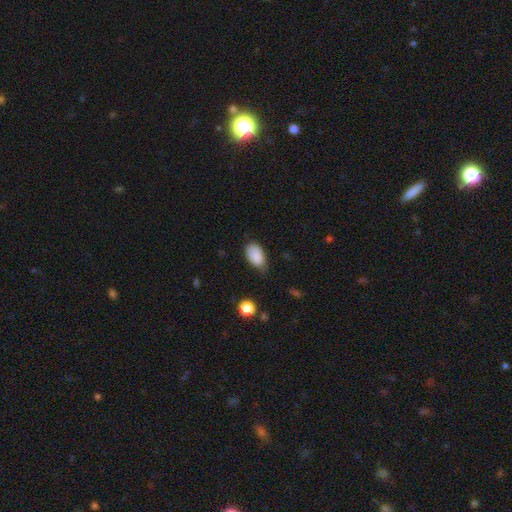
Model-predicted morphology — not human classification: smooth-or-featured: smooth: 88% | star or artifact: 8% | featured or disk: 4%
  how-rounded: in between: 92% | round: 6% | cigar-shaped: 2%
  merging: none: 61% | minor disturbance: 32% | major disturbance: 6% | merger: 2%